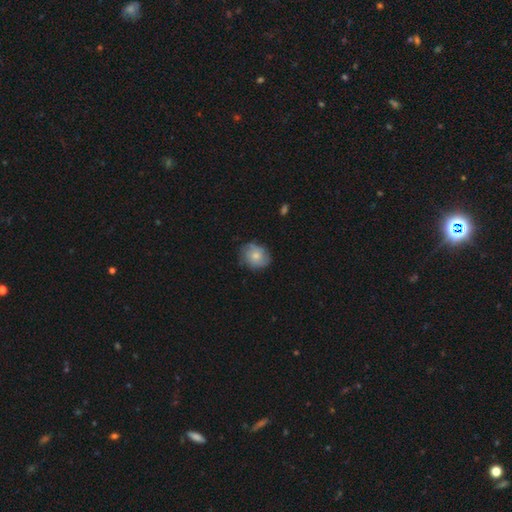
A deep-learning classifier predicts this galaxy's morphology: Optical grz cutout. It shows a smooth galaxy with no disk features (61%) that is round (64%). Merging: none (72%).